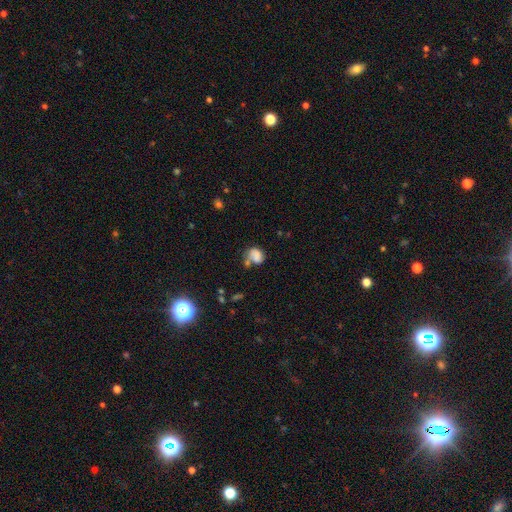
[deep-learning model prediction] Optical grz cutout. It shows a smooth galaxy with no disk features (68%) that is in between round and cigar-shaped (54%). Merging: none (35%).